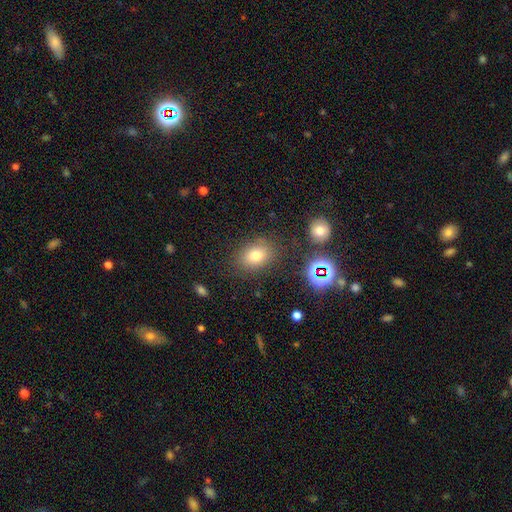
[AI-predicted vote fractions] Q: Smooth or featured?
A: smooth (74%); runner-up: star or artifact (16%)
Q: How rounded?
A: in between (64%); runner-up: round (35%)
Q: Merging?
A: none (80%); runner-up: minor disturbance (12%)